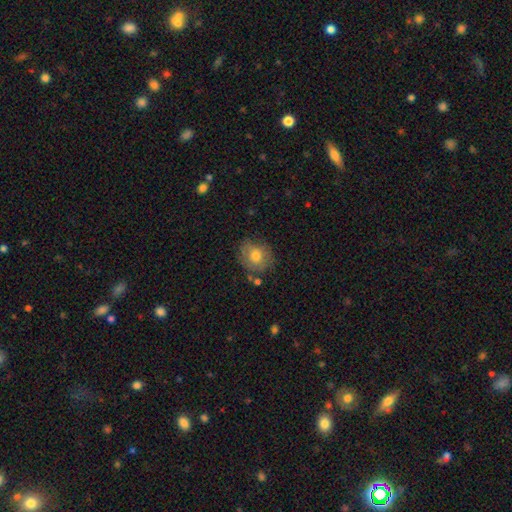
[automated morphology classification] This appears to be a smooth galaxy with no disk features (69%) that is round (66%). Merging: none (70%).